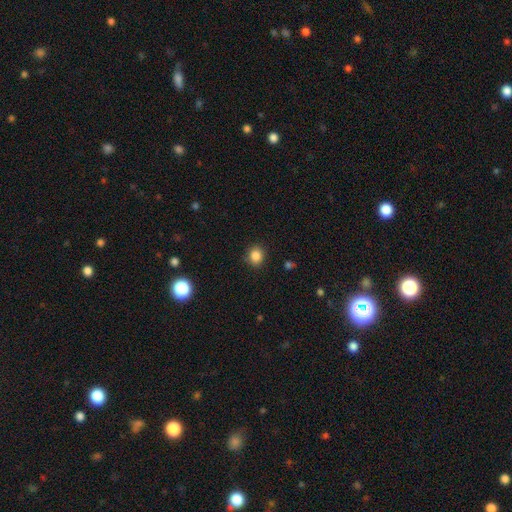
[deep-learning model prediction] Overall: smooth (85%). How rounded: round (78%). Merging: none (88%).